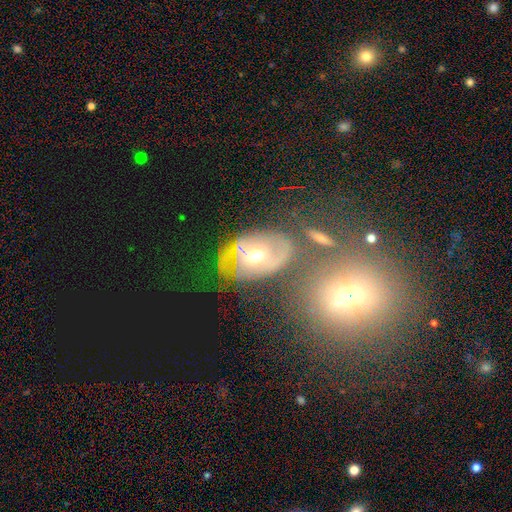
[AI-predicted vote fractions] featured or disk 76%, smooth 14%, star or artifact 9%. Down the decision tree: edge-on disk — no (95%); bar — no (59%); spiral arms — yes (75%); spiral arm count — 2 (46%); spiral winding — tight (59%); bulge size — moderate (73%); merging — none (57%).